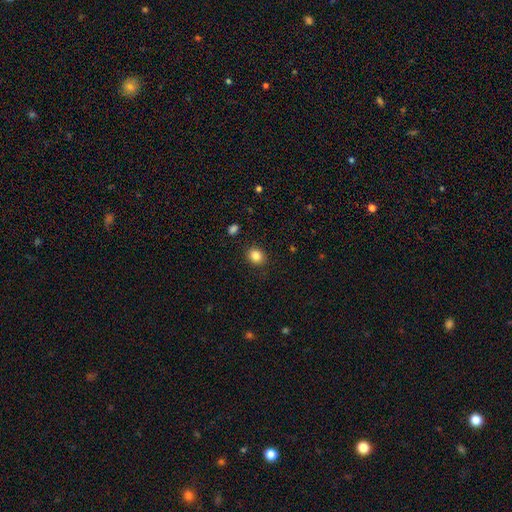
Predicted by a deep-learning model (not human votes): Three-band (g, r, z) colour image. It shows a smooth galaxy with no disk features (85%) that is round (67%). Merging: none (89%).